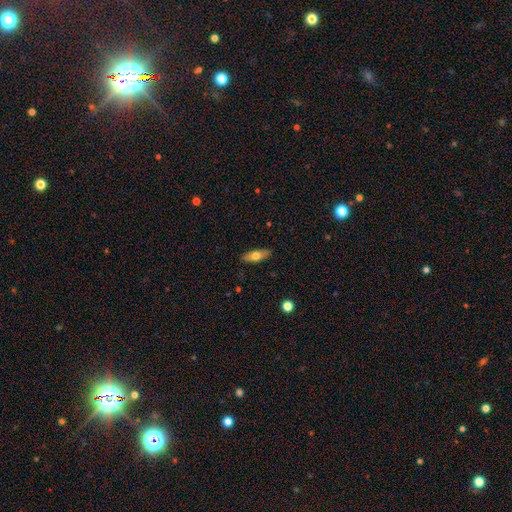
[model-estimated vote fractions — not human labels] smooth 63%, featured or disk 31%, star or artifact 6%. Down the decision tree: how rounded — in between (62%); merging — none (88%).